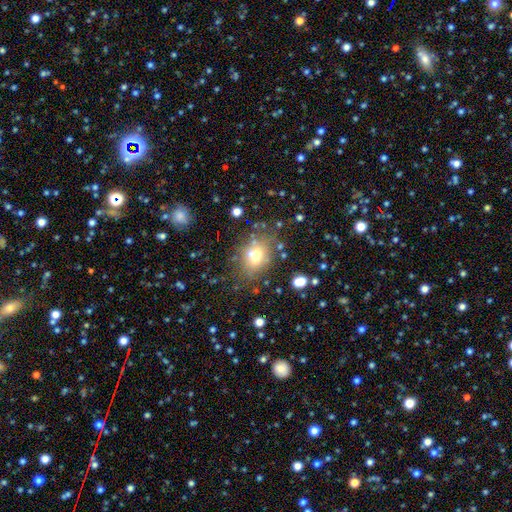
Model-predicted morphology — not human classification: Overall: smooth (65%). How rounded: in between (55%; round 44%). Merging: none (68%).